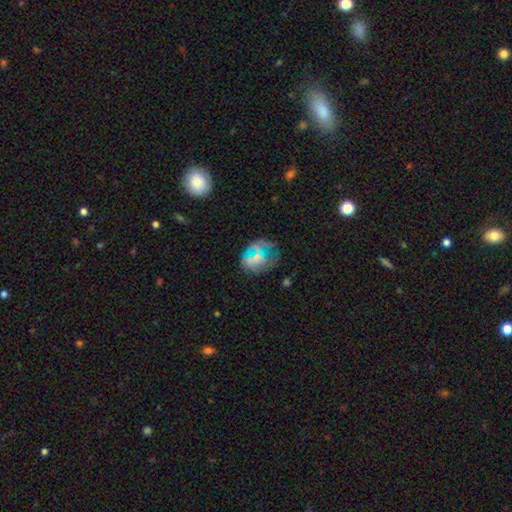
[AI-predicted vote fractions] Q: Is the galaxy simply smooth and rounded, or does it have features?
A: smooth — 45%.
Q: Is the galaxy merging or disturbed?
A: none — 57%.